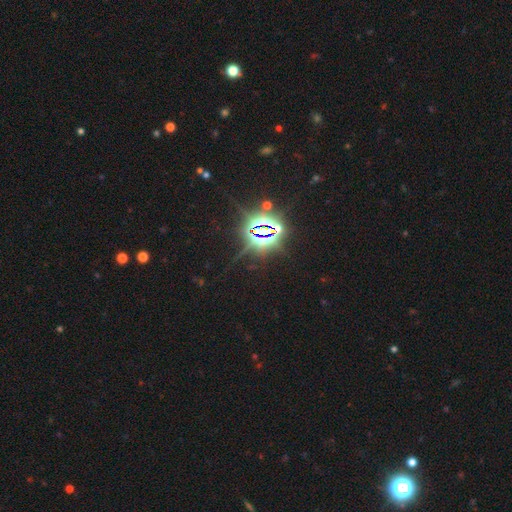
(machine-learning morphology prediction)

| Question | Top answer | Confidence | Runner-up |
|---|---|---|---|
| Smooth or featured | star or artifact | 87% | smooth (8%) |